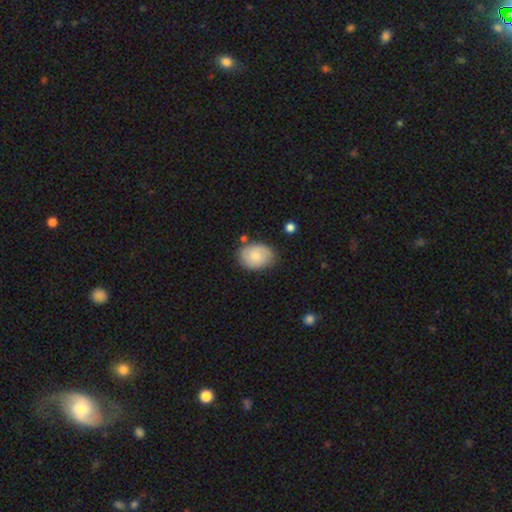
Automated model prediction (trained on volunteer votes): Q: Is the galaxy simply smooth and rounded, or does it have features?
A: smooth — 71%.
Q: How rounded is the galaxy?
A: in between — 71%.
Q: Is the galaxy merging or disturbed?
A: none — 74%.